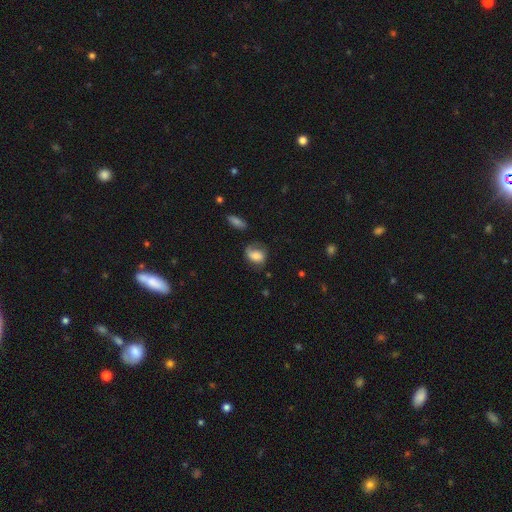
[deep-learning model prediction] smooth_or_featured: smooth (p=0.50) [alt: featured or disk p=0.42]
merging: none (p=0.52) [alt: minor disturbance p=0.27]